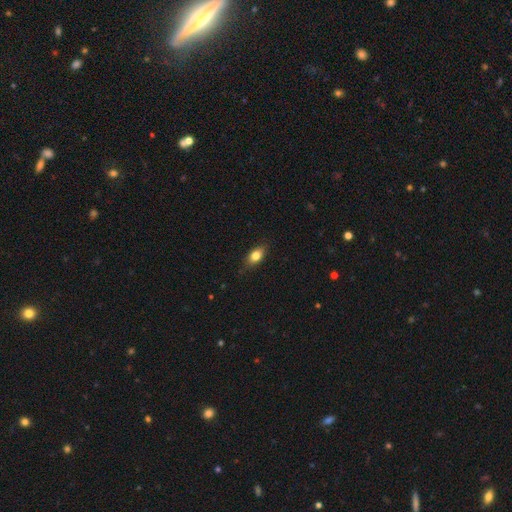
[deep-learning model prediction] This is clearly a smooth galaxy (80%). How rounded: clearly in between (81%). Merging: clearly none (81%).